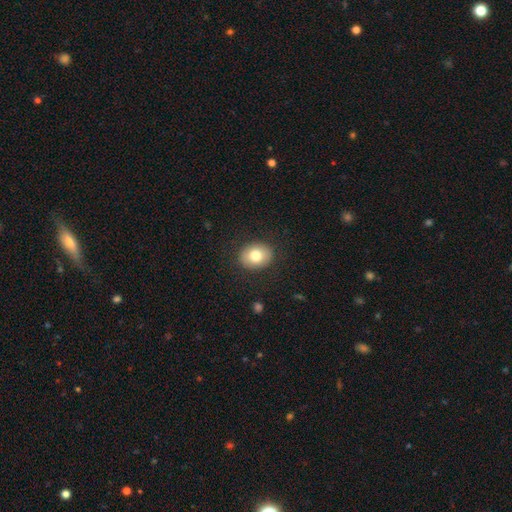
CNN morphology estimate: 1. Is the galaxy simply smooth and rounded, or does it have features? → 80% smooth, 12% featured or disk, 8% star or artifact.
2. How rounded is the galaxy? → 50% round, 49% in between, 1% cigar-shaped.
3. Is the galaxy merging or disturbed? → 88% none, 9% minor disturbance, 3% major disturbance, 1% merger.